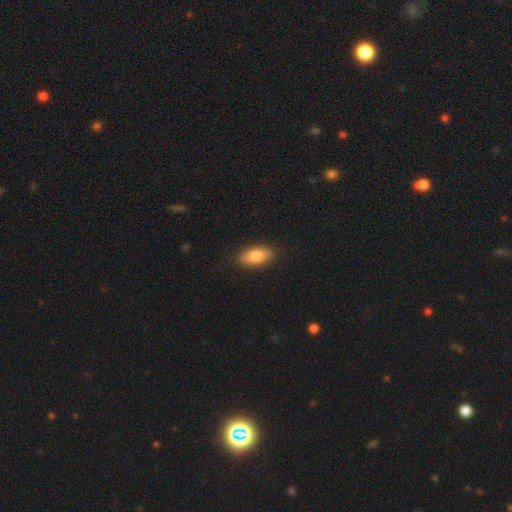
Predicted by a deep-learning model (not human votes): Overall: smooth (83%). How rounded: in between (87%). Merging: none (87%).